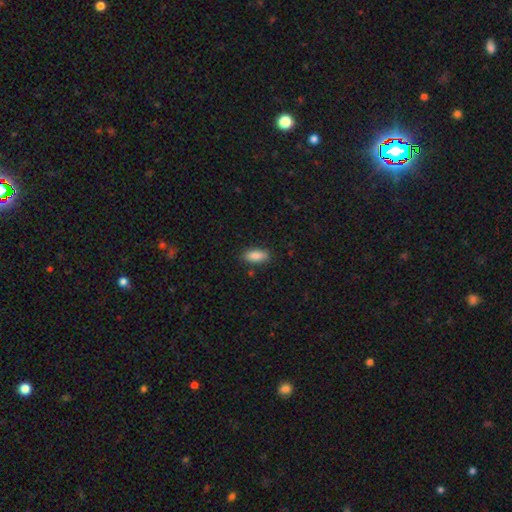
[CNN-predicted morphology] A smooth galaxy with no disk features (88%) that is in between round and cigar-shaped (86%). Merging: none (85%).